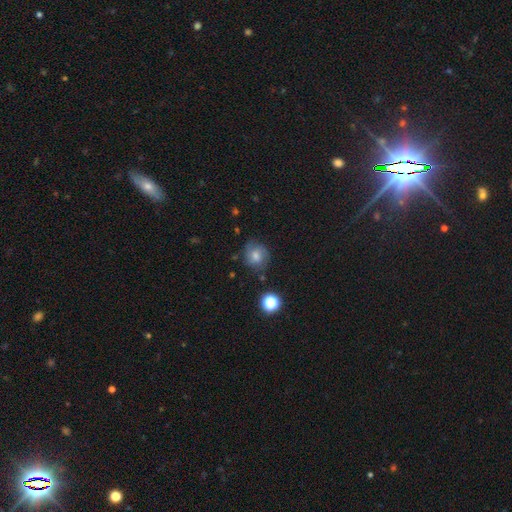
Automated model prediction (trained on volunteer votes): Smooth or featured: smooth — 59% (featured or disk — 28%)
How rounded: round — 80% (in between — 19%)
Merging: none — 71% (minor disturbance — 20%)